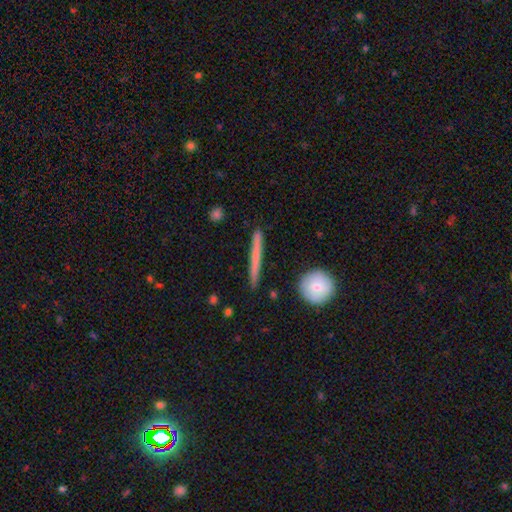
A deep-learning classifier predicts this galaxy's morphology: smooth-or-featured: smooth: 51% | featured or disk: 43% | star or artifact: 6%
  how-rounded: cigar-shaped: 94% | round: 3% | in between: 3%
  merging: none: 91% | minor disturbance: 6% | merger: 1% | major disturbance: 1%